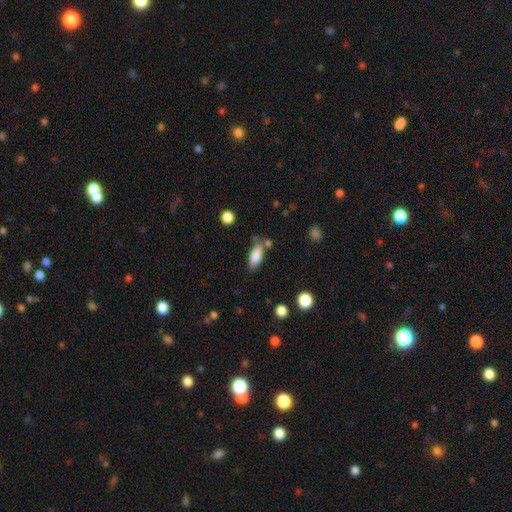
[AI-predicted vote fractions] Overall: smooth (82%). How rounded: in between (77%). Merging: none (66%).